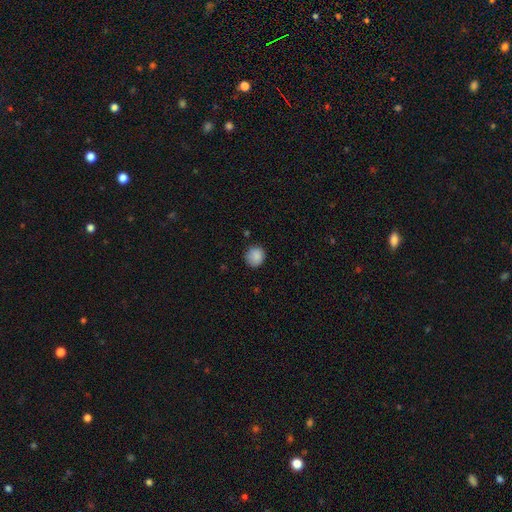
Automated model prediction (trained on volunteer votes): Smooth or featured: smooth — 88% (star or artifact — 9%)
How rounded: round — 87% (in between — 12%)
Merging: none — 82% (minor disturbance — 14%)